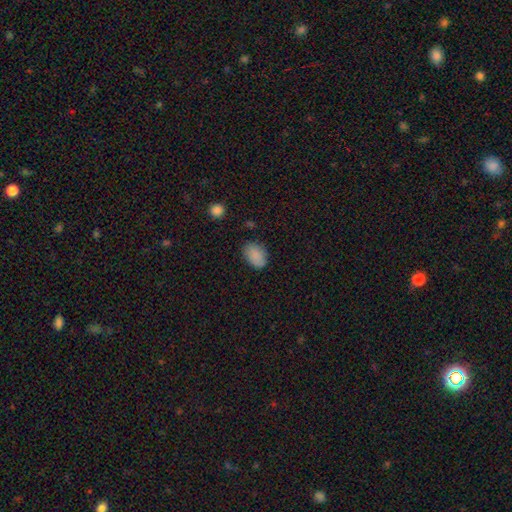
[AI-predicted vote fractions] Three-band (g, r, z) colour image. It shows a smooth galaxy with no disk features (87%) that is in between round and cigar-shaped (84%). Merging: none (76%).